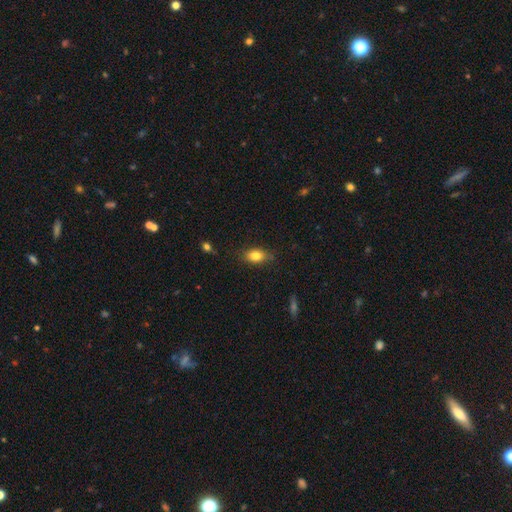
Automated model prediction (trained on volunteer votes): Smooth or featured?
  - smooth: 81% *
  - featured or disk: 10%
  - star or artifact: 9%
How rounded?
  - in between: 81% *
  - round: 15%
  - cigar-shaped: 5%
Merging?
  - none: 80% *
  - minor disturbance: 16%
  - major disturbance: 3%
  - merger: 1%